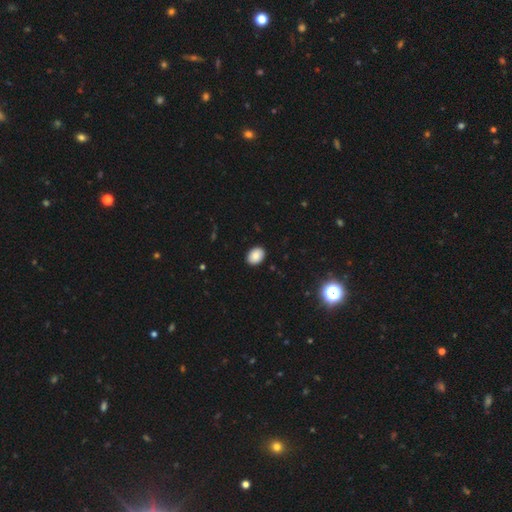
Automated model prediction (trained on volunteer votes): This appears to be a smooth galaxy with no disk features (86%) that is in between round and cigar-shaped (75%). Merging: none (90%).